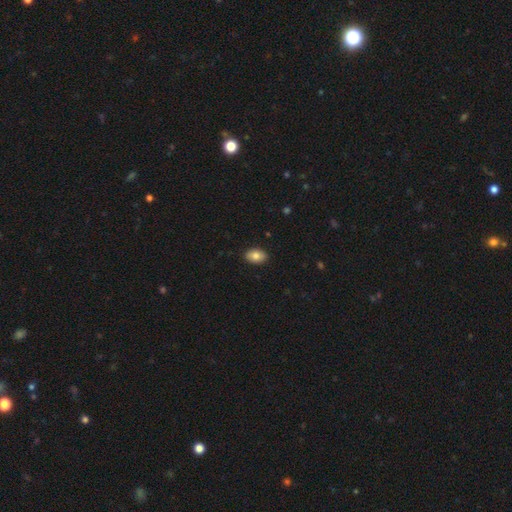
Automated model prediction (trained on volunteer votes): Overall: smooth (82%). How rounded: in between (87%). Merging: none (89%).